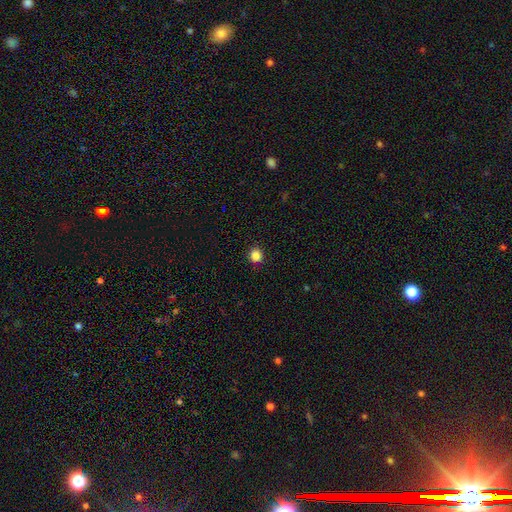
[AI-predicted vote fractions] Morphology: type=smooth (85%); roundness=round (87%); merging=none (92%).